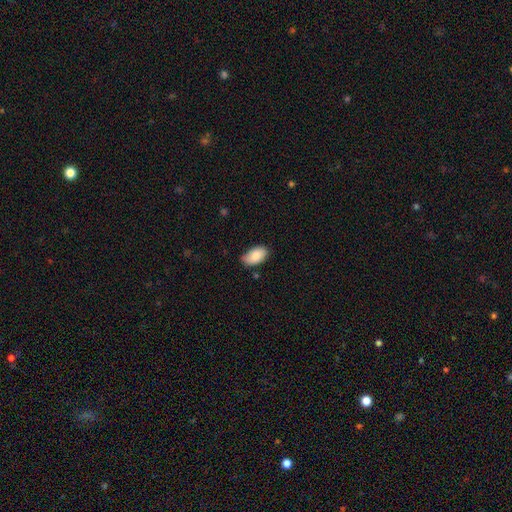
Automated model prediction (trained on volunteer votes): The model was most divided on "merging": none: 78%, minor disturbance: 18%, major disturbance: 3%, merger: 1%. More confident: how rounded — in between (95%); smooth or featured — smooth (86%).